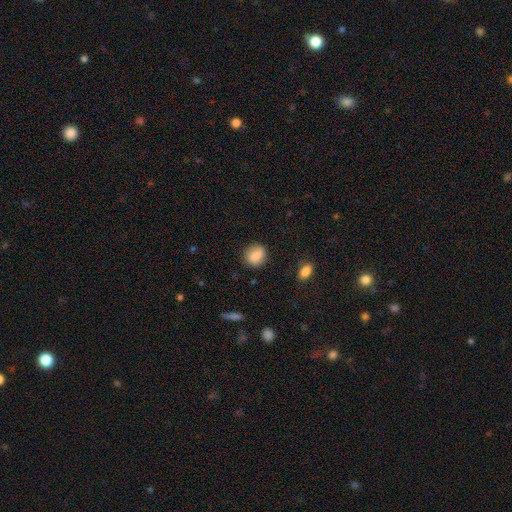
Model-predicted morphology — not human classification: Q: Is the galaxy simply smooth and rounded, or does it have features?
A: smooth — 76%.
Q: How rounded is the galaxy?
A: round — 75%.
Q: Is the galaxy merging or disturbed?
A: none — 80%.